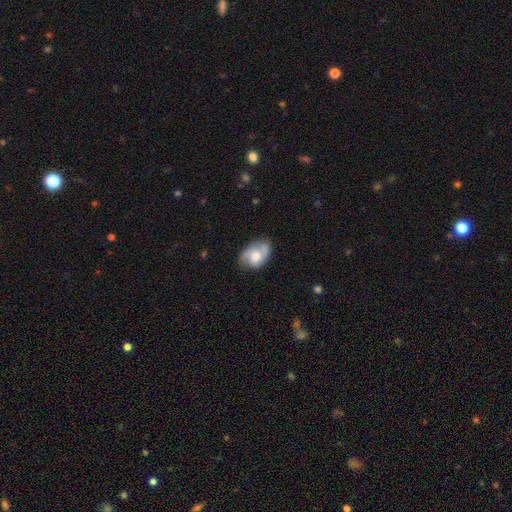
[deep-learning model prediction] A smooth galaxy with no disk features (47%).

Vote fractions:
- Smooth or featured? smooth: 47% / featured or disk: 46% / star or artifact: 7%
- Merging? none: 57% / minor disturbance: 29% / major disturbance: 10% / merger: 3%